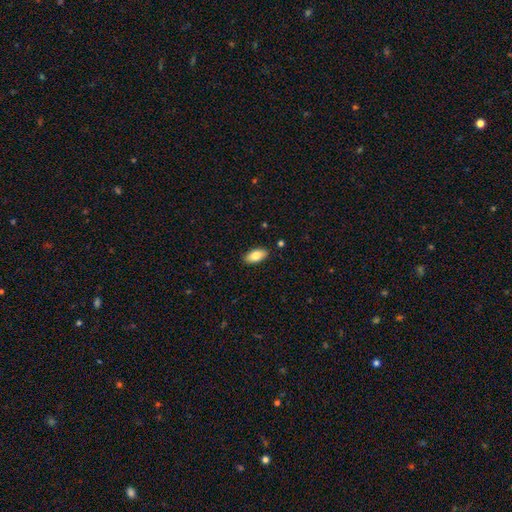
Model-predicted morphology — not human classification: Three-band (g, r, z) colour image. It shows a smooth galaxy with no disk features (82%) that is in between round and cigar-shaped (92%). Merging: none (88%).